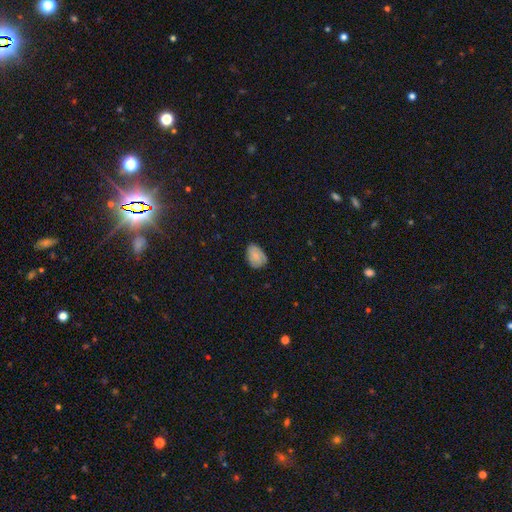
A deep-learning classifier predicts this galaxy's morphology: A smooth galaxy with no disk features (69%) that is in between round and cigar-shaped (77%).

Vote fractions:
- Smooth or featured? smooth: 69% / featured or disk: 21% / star or artifact: 10%
- How rounded? in between: 77% / round: 21% / cigar-shaped: 1%
- Merging? none: 68% / minor disturbance: 26% / major disturbance: 5% / merger: 1%